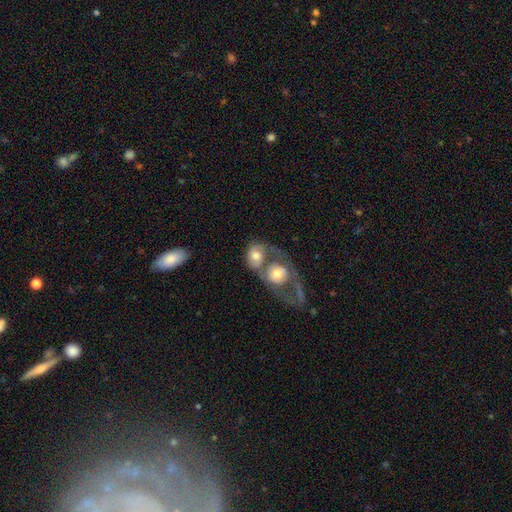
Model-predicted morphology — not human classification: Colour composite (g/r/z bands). It shows a smooth galaxy with no disk features (56%) that is round (53%). Merging: merger (67%).